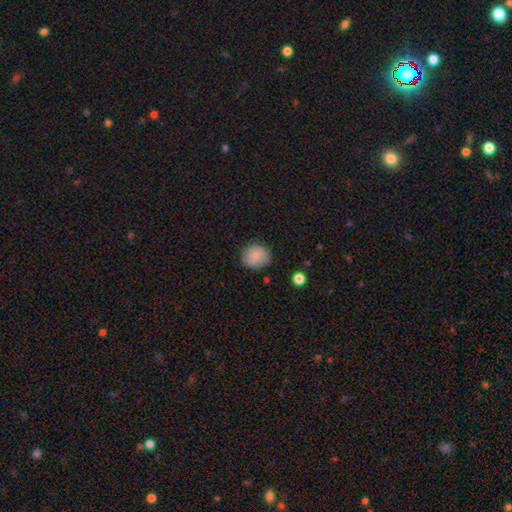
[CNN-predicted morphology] Overall: smooth (82%). How rounded: round (85%). Merging: none (81%).